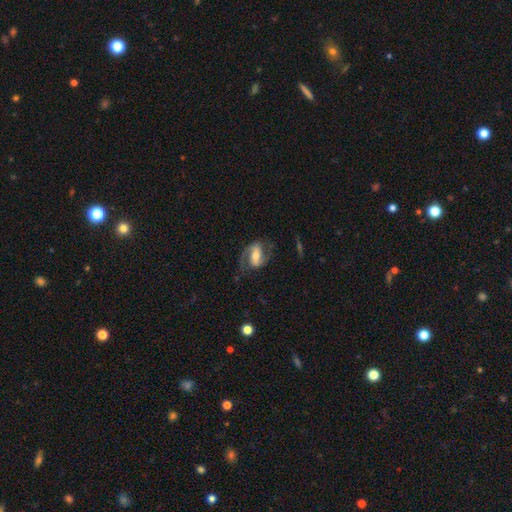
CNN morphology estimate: smooth_or_featured: featured or disk (p=0.77) [alt: smooth p=0.17]
disk_edge_on: no (p=0.96) [alt: yes p=0.04]
bar: strong (p=0.47) [alt: weak p=0.35]
has_spiral_arms: yes (p=0.92) [alt: no p=0.08]
spiral_winding: medium (p=0.50) [alt: loose p=0.31]
spiral_arm_count: 2 (p=0.89) [alt: can't tell p=0.04]
bulge_size: moderate (p=0.57) [alt: small p=0.29]
merging: none (p=0.69) [alt: minor disturbance p=0.16]